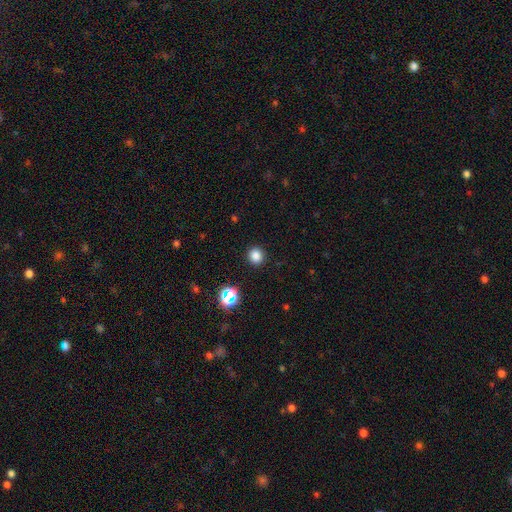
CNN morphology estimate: Smooth or featured: smooth — 81% (star or artifact — 15%)
How rounded: round — 89% (in between — 10%)
Merging: none — 91% (minor disturbance — 6%)